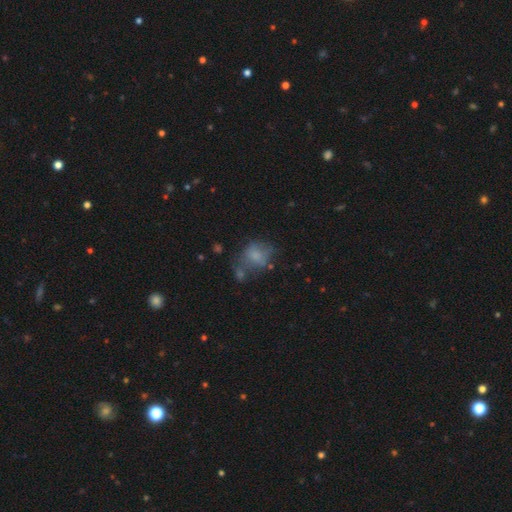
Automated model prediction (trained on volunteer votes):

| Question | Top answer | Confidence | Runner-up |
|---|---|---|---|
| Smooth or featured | smooth | 65% | featured or disk (23%) |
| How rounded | in between | 50% | round (48%) |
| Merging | none | 36% | minor disturbance (24%) |